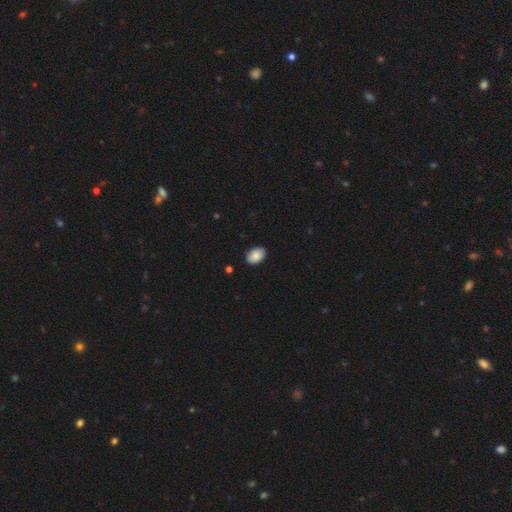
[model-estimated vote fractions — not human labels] A smooth galaxy with no disk features (88%) that is in between round and cigar-shaped (87%).

Vote fractions:
- Smooth or featured? smooth: 88% / star or artifact: 7% / featured or disk: 5%
- How rounded? in between: 87% / round: 12% / cigar-shaped: 1%
- Merging? none: 89% / minor disturbance: 8% / major disturbance: 2% / merger: 1%